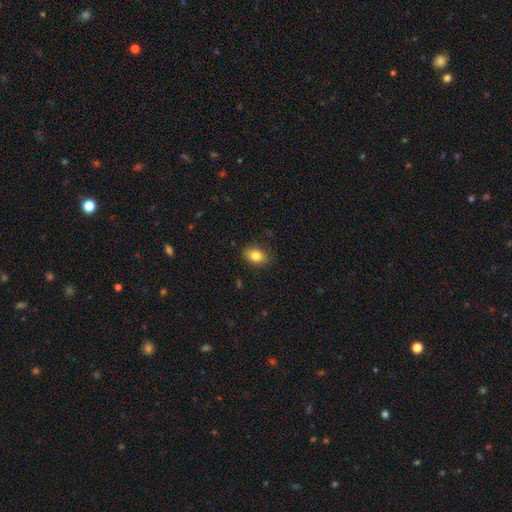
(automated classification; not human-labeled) Overall: smooth (83%). How rounded: in between (75%). Merging: none (86%).